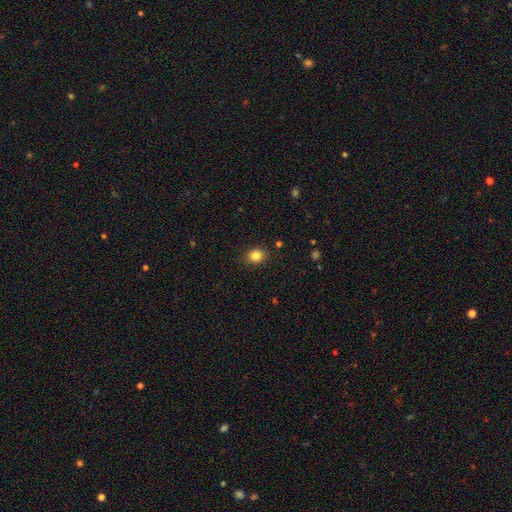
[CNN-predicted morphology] Overall: smooth (83%). How rounded: round (59%; in between 40%). Merging: none (87%).